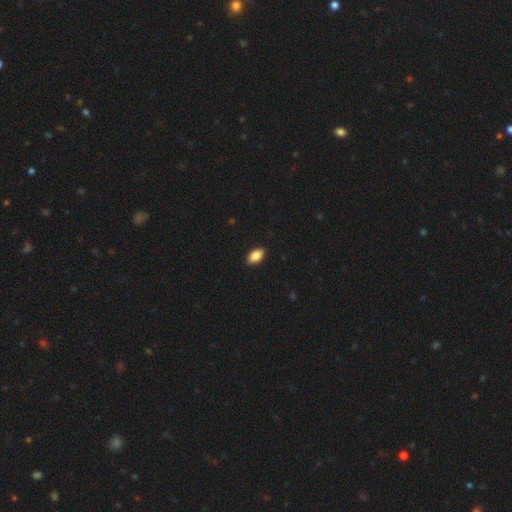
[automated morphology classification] type=smooth (88%); roundness=in between (93%); merging=none (90%).